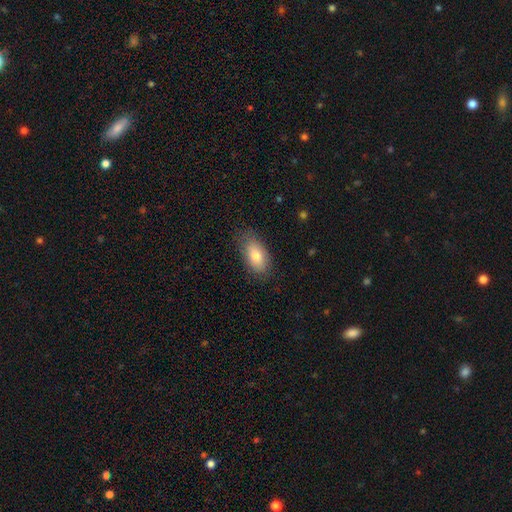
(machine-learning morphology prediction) Overall: smooth (80%). How rounded: in between (91%). Merging: none (78%).